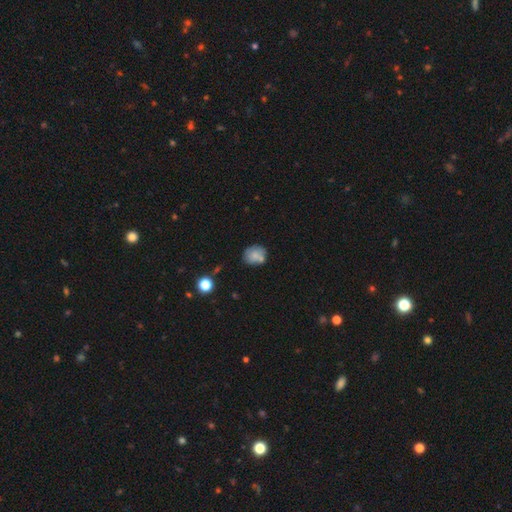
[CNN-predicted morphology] type=smooth (72%); roundness=round (60%); merging=none (55%).